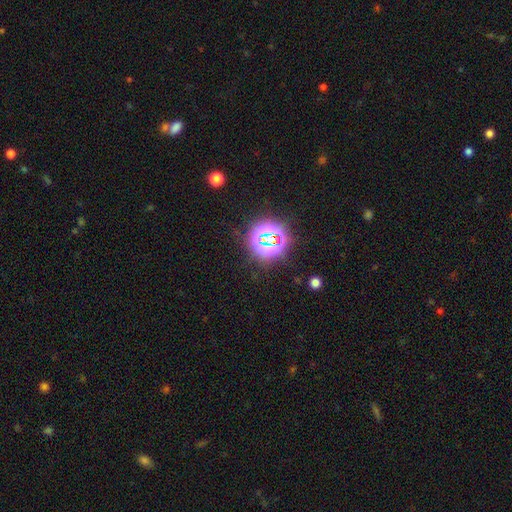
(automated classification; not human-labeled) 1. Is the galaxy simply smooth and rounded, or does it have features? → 76% star or artifact, 16% smooth, 9% featured or disk.